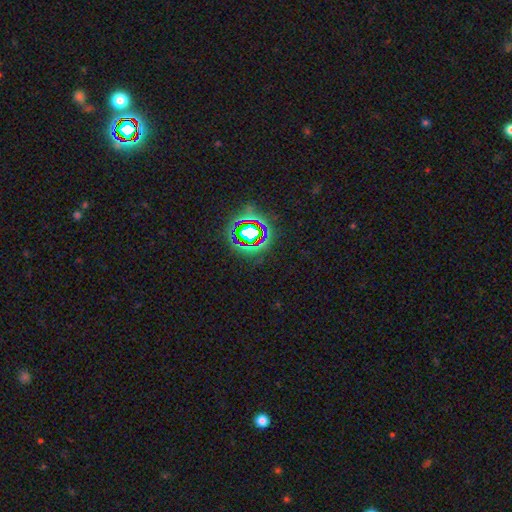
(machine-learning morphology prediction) smooth-or-featured: star or artifact: 76% | smooth: 13% | featured or disk: 11%